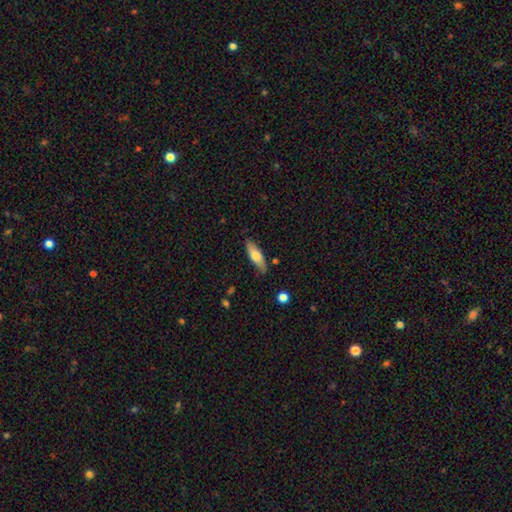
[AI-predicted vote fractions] Smooth or featured?
  - smooth: 64% *
  - featured or disk: 30%
  - star or artifact: 6%
How rounded?
  - in between: 52% *
  - cigar-shaped: 46%
  - round: 2%
Merging?
  - none: 83% *
  - minor disturbance: 13%
  - major disturbance: 2%
  - merger: 2%